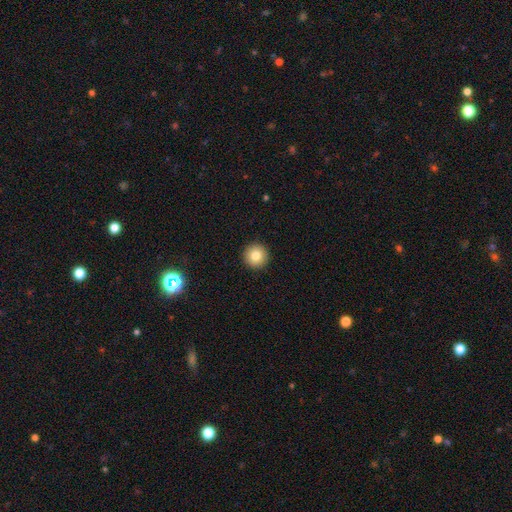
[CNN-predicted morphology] Overall: smooth (81%). How rounded: round (96%). Merging: none (93%).